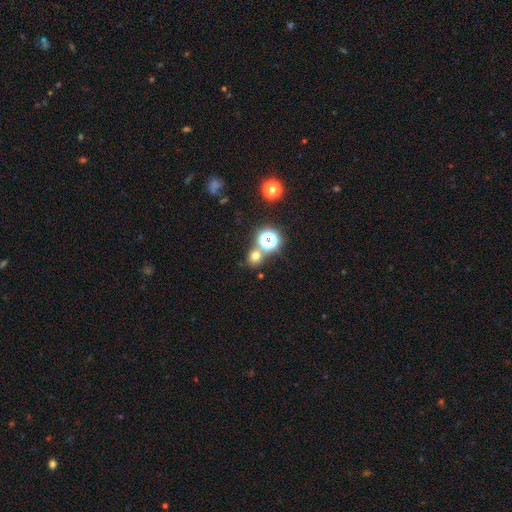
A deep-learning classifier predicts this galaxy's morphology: This is likely a smooth galaxy (65%). How rounded: clearly round (82%). Merging: likely none (71%).